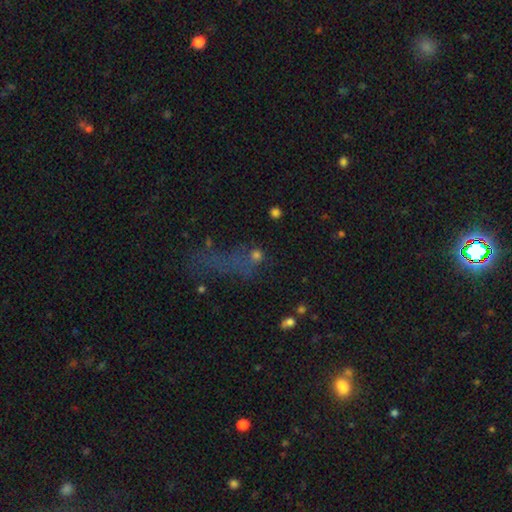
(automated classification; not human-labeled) Smooth or featured? smooth (51%)
How rounded? round (61%)
Merging? none (37%)